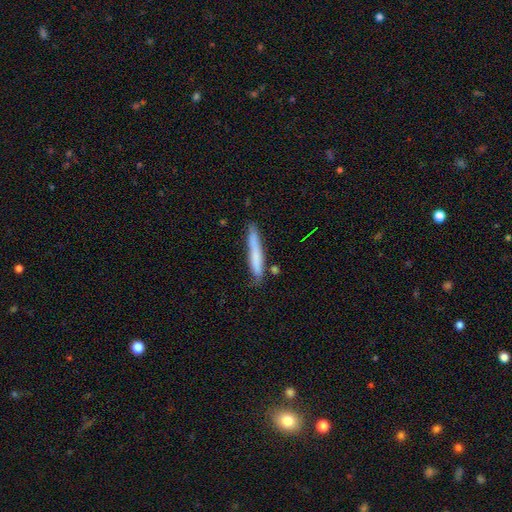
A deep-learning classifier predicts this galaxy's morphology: Smooth or featured? Predicted: smooth (p=0.70). How rounded? Predicted: cigar-shaped (p=0.94). Merging? Predicted: none (p=0.73).